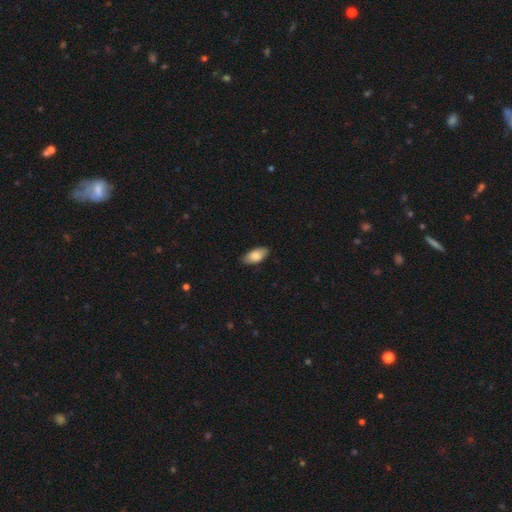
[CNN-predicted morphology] smooth_or_featured: smooth (p=0.83) [alt: featured or disk p=0.11]
how_rounded: in between (p=0.93) [alt: cigar-shaped p=0.05]
merging: none (p=0.84) [alt: minor disturbance p=0.13]